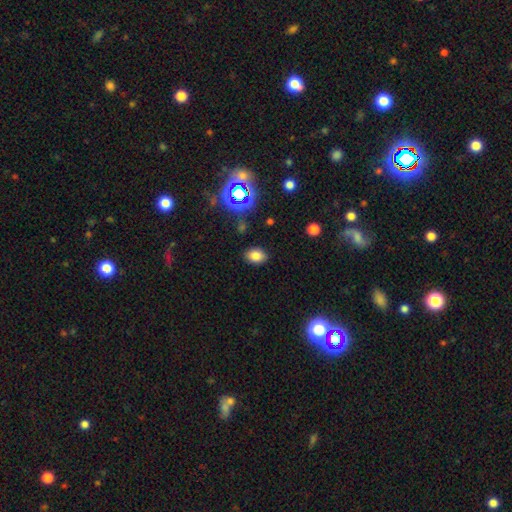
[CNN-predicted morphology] Smooth or featured: smooth — 77% (star or artifact — 16%)
How rounded: in between — 73% (round — 26%)
Merging: none — 86% (minor disturbance — 10%)